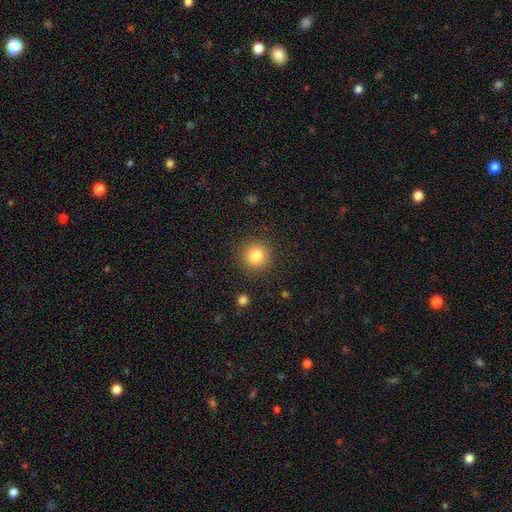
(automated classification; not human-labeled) Overall: smooth (82%). How rounded: round (94%). Merging: none (89%).